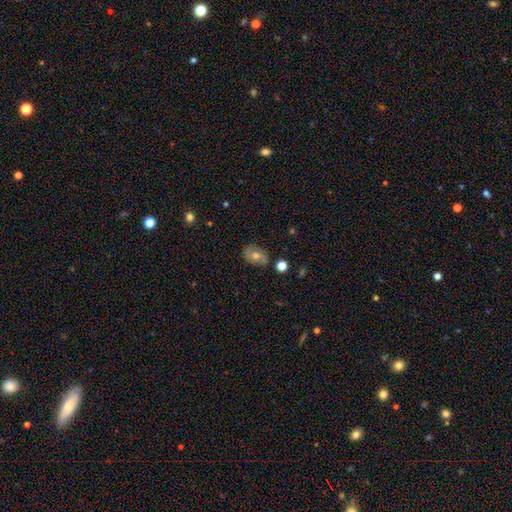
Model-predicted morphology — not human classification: A smooth galaxy with no disk features (45%). Merging: none (76%).